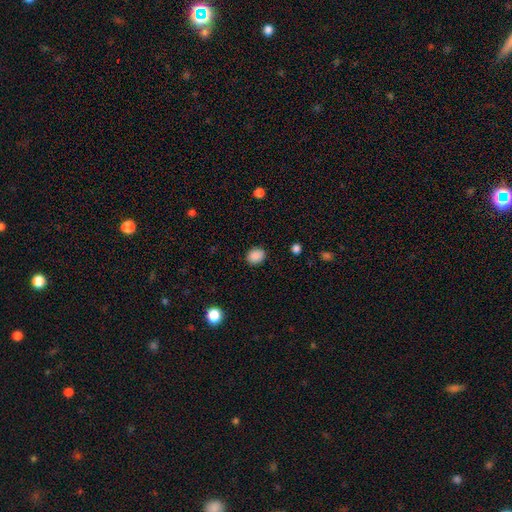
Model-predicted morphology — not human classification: Overall: smooth (88%). How rounded: round (54%; in between 45%). Merging: none (87%).